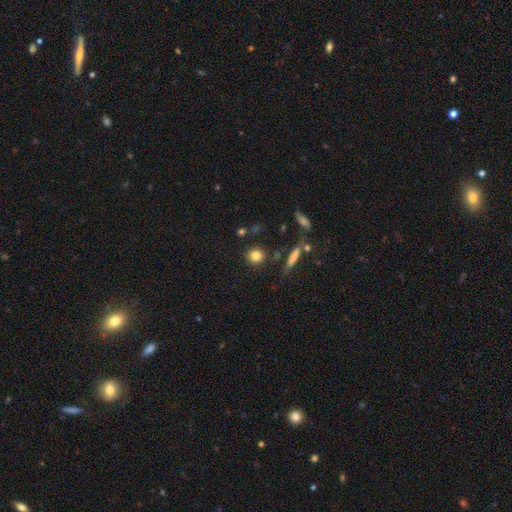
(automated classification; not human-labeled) A smooth galaxy with no disk features (82%) that is round (85%).

Vote fractions:
- Smooth or featured? smooth: 82% / star or artifact: 10% / featured or disk: 8%
- How rounded? round: 85% / in between: 12% / cigar-shaped: 3%
- Merging? none: 85% / minor disturbance: 8% / merger: 4% / major disturbance: 3%